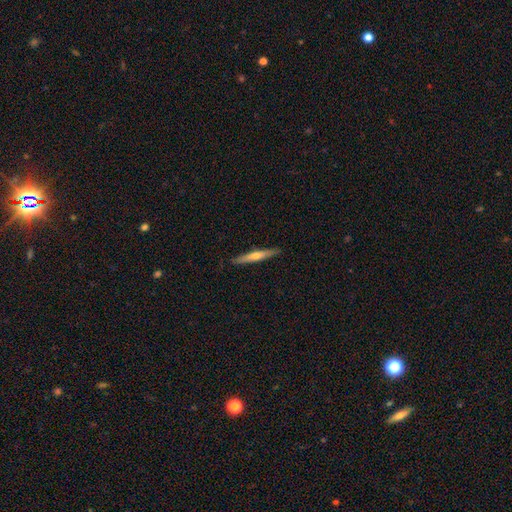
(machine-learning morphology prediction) Smooth or featured? Predicted: featured or disk (p=0.53). Edge-on disk? Predicted: yes (p=0.96). Edge-on bulge? Predicted: rounded (p=0.77). Merging? Predicted: none (p=0.90).